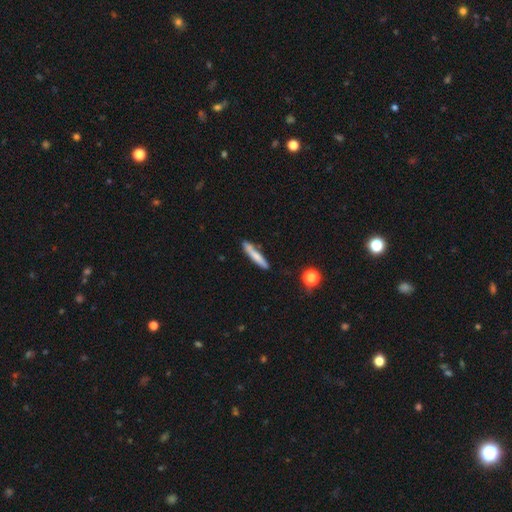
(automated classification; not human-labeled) Smooth or featured? Predicted: smooth (p=0.72). How rounded? Predicted: cigar-shaped (p=0.92). Merging? Predicted: none (p=0.78).